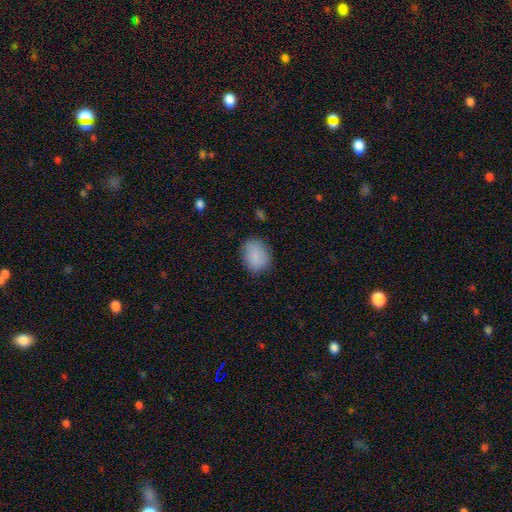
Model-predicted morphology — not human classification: smooth 87%, star or artifact 7%, featured or disk 6%. Down the decision tree: how rounded — in between (50%); merging — none (80%).